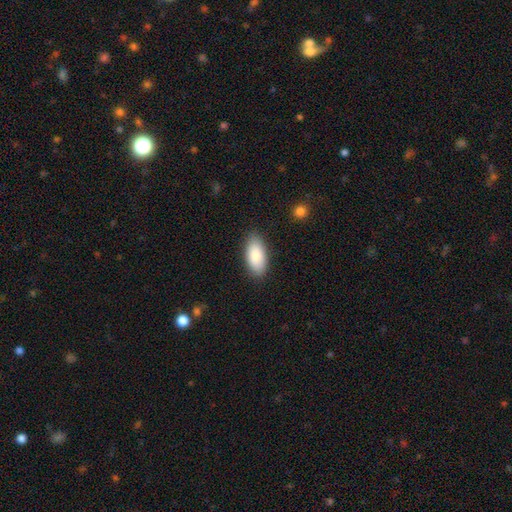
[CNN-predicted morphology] A smooth galaxy with no disk features (85%) that is in between round and cigar-shaped (92%).

Vote fractions:
- Smooth or featured? smooth: 85% / featured or disk: 9% / star or artifact: 6%
- How rounded? in between: 92% / cigar-shaped: 6% / round: 2%
- Merging? none: 86% / minor disturbance: 11% / major disturbance: 2% / merger: 1%